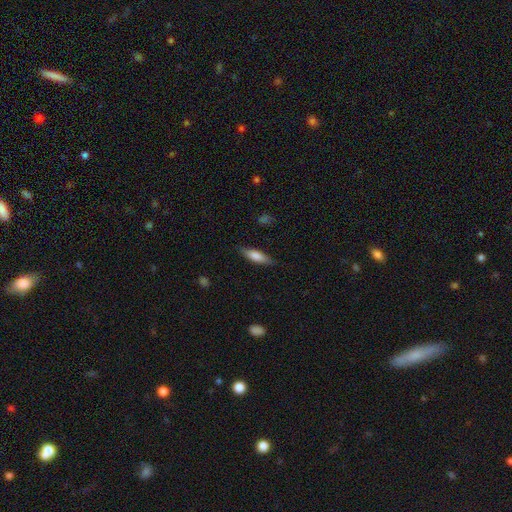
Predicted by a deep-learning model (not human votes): Smooth or featured? smooth (74%)
How rounded? cigar-shaped (52%)
Merging? none (84%)